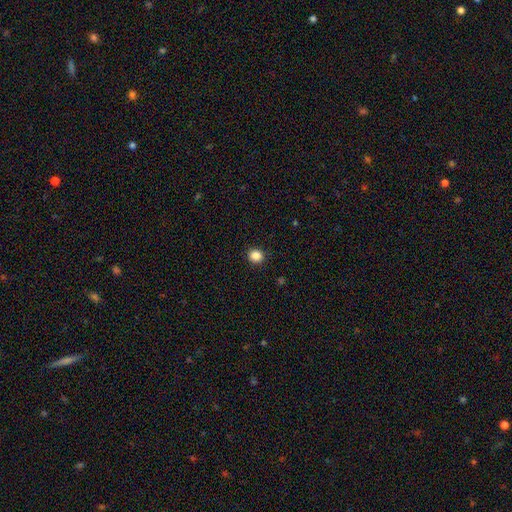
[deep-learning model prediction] Smooth or featured? Predicted: smooth (p=0.86). How rounded? Predicted: round (p=0.86). Merging? Predicted: none (p=0.92).